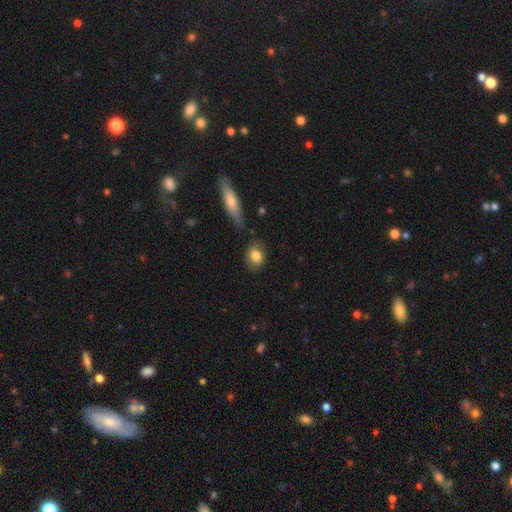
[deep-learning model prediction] Morphology: type=smooth (82%); roundness=in between (59%); merging=none (73%).